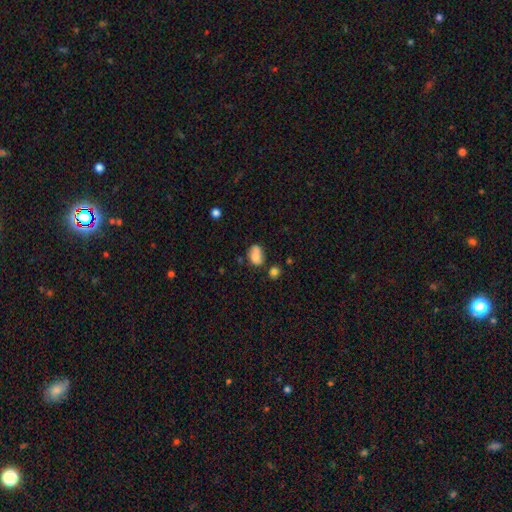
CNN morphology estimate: The model was most divided on "merging": none: 52%, minor disturbance: 27%, merger: 12%, major disturbance: 9%. More confident: how rounded — in between (78%); smooth or featured — smooth (72%).